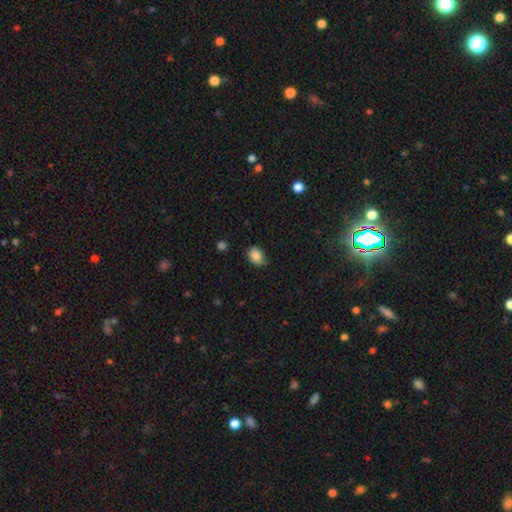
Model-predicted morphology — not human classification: Smooth or featured? smooth (84%)
How rounded? in between (63%)
Merging? none (66%)